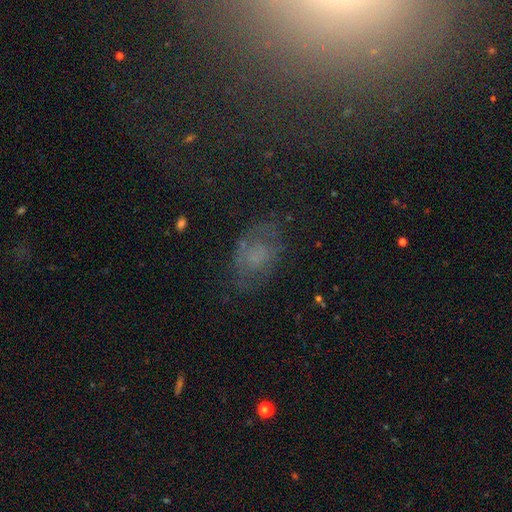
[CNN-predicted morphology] smooth_or_featured: smooth (p=0.42) [alt: featured or disk p=0.34]
merging: none (p=0.61) [alt: minor disturbance p=0.22]